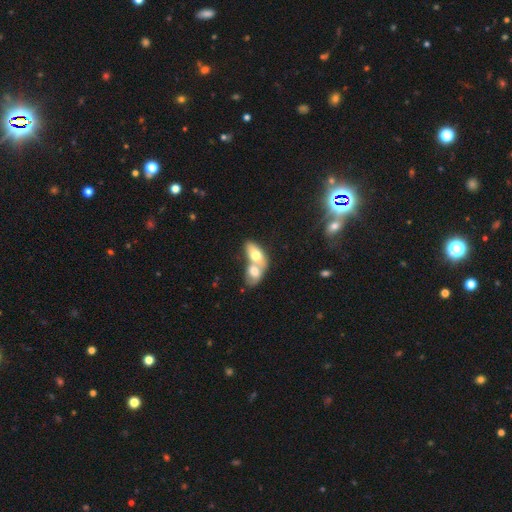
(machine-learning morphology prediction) smooth 65%, featured or disk 28%, star or artifact 7%. Down the decision tree: how rounded — in between (84%); merging — merger (80%).